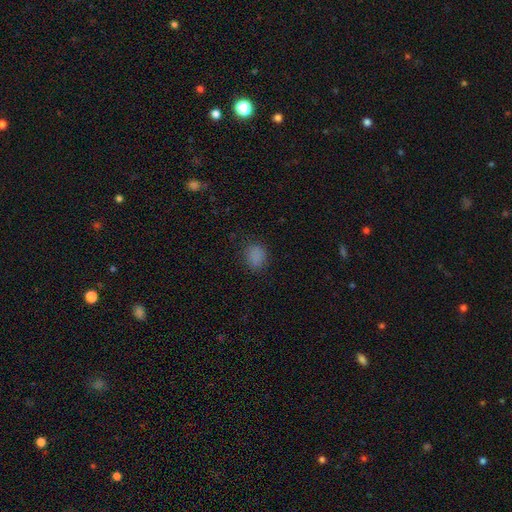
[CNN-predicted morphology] This is clearly a smooth galaxy (82%). How rounded: likely round (70%). Merging: clearly none (82%).